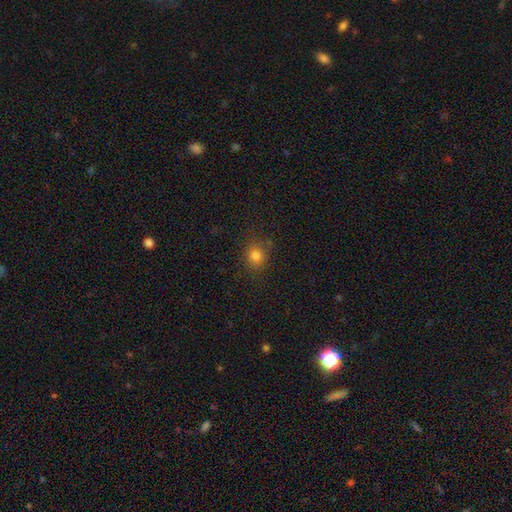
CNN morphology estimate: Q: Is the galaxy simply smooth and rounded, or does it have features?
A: smooth — 80%.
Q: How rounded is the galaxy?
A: round — 77%.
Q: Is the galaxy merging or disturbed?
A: none — 82%.